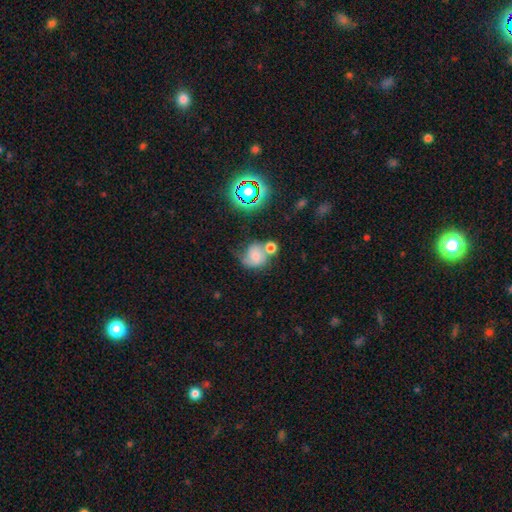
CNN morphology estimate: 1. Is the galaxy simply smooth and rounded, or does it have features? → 55% smooth, 29% featured or disk, 16% star or artifact.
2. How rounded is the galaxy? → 68% round, 30% in between, 1% cigar-shaped.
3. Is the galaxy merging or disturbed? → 33% none, 31% merger, 21% minor disturbance, 15% major disturbance.